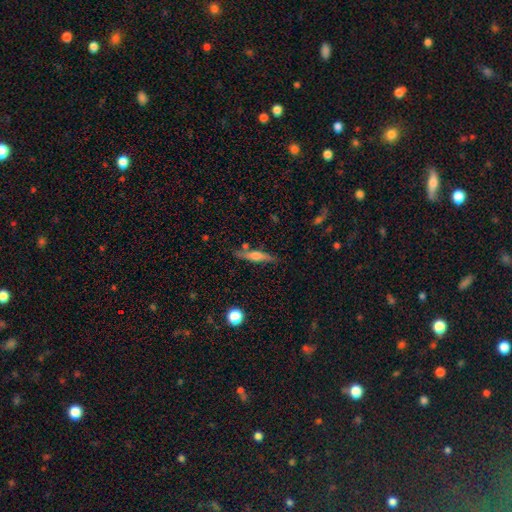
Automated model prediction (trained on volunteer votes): A featured or disk galaxy (51%) viewed edge-on (93%). Merging: none (79%).